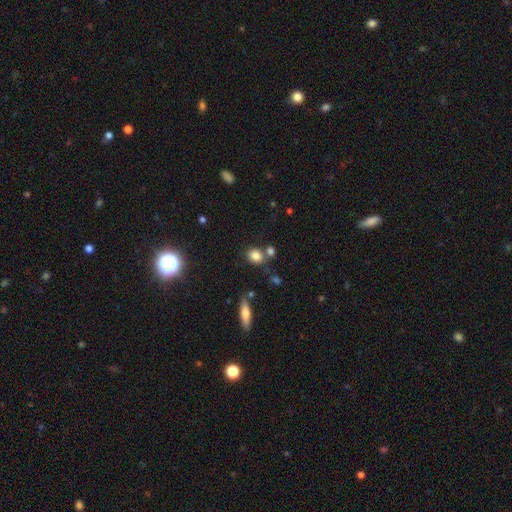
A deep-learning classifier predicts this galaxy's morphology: A smooth galaxy with no disk features (82%) that is round (56%). Merging: none (68%).